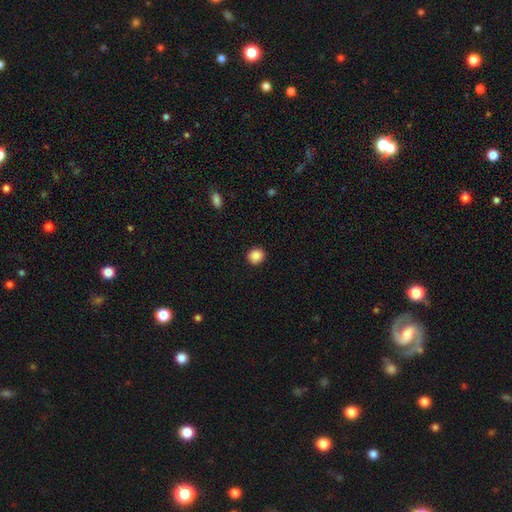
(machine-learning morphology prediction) smooth_or_featured: smooth (p=0.88) [alt: star or artifact p=0.09]
how_rounded: round (p=0.85) [alt: in between p=0.14]
merging: none (p=0.91) [alt: minor disturbance p=0.06]